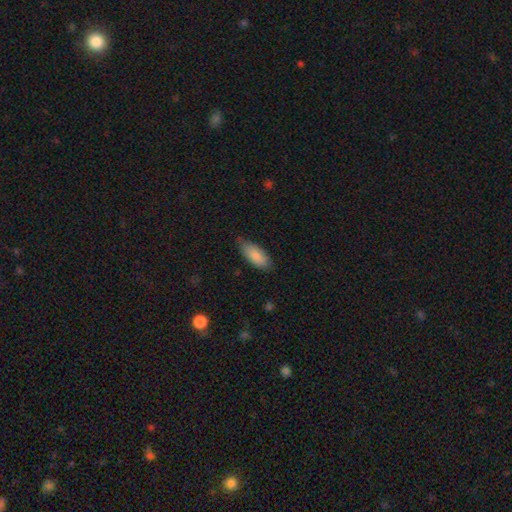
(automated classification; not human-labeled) A smooth galaxy with no disk features (87%) that is in between round and cigar-shaped (84%).

Vote fractions:
- Smooth or featured? smooth: 87% / featured or disk: 7% / star or artifact: 6%
- How rounded? in between: 84% / cigar-shaped: 14% / round: 2%
- Merging? none: 75% / minor disturbance: 20% / major disturbance: 3% / merger: 1%